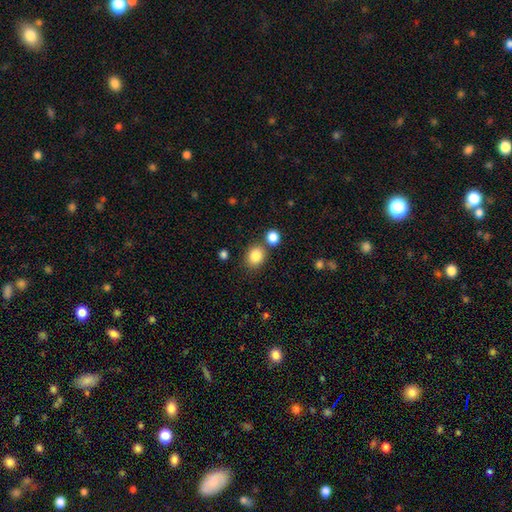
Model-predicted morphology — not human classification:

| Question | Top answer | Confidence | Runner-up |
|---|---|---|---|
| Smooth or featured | smooth | 85% | star or artifact (10%) |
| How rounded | round | 61% | in between (38%) |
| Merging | none | 73% | merger (13%) |